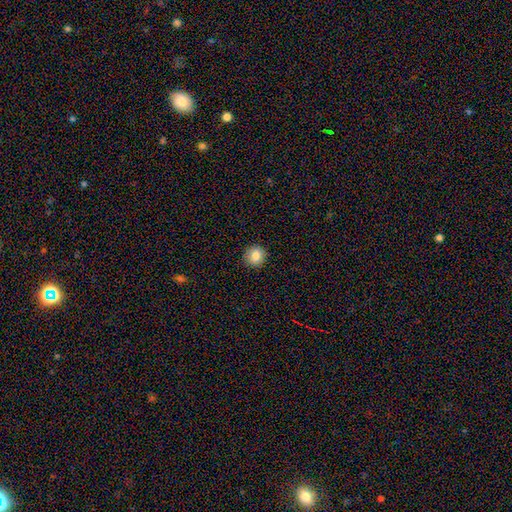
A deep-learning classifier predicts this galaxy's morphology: smooth-or-featured: smooth: 85% | star or artifact: 9% | featured or disk: 6%
  how-rounded: round: 91% | in between: 8% | cigar-shaped: 1%
  merging: none: 92% | minor disturbance: 6% | major disturbance: 2% | merger: 1%